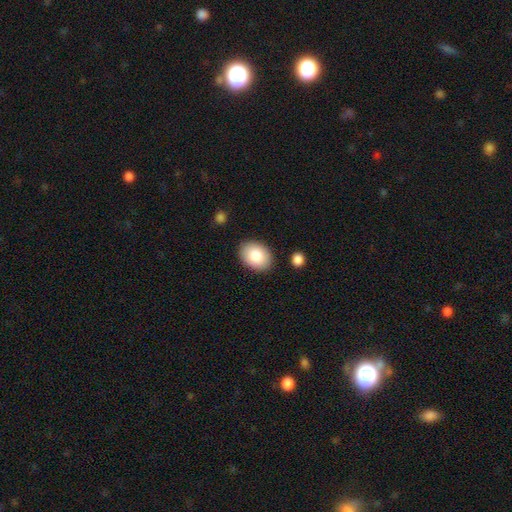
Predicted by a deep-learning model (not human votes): smooth-or-featured: smooth: 85% | featured or disk: 9% | star or artifact: 7%
  how-rounded: in between: 76% | round: 23% | cigar-shaped: 1%
  merging: none: 87% | minor disturbance: 9% | major disturbance: 2% | merger: 2%